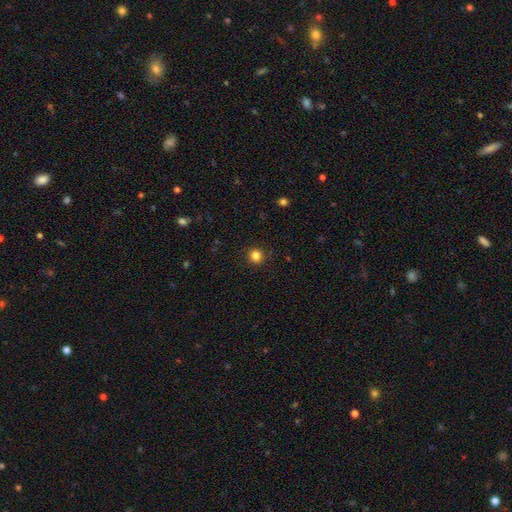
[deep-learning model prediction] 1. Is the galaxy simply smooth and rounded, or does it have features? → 84% smooth, 12% star or artifact, 4% featured or disk.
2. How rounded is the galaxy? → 91% round, 8% in between, 1% cigar-shaped.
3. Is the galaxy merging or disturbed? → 90% none, 7% minor disturbance, 2% major disturbance, 1% merger.